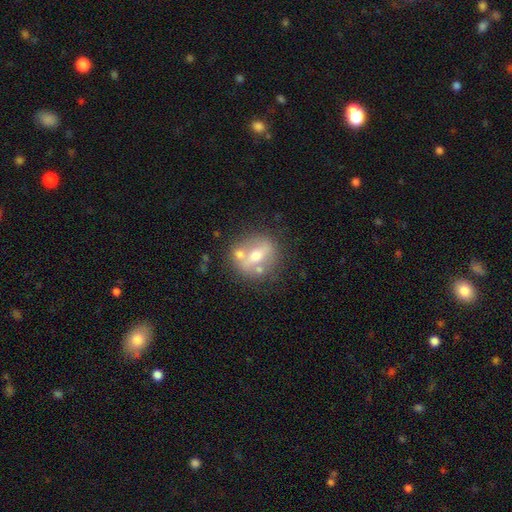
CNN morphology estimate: Overall: featured or disk (53%; smooth 37%). Edge-on disk: no (82%). Merging: none (61%).